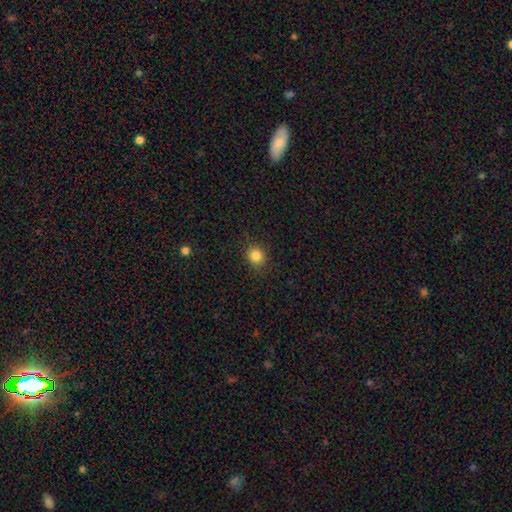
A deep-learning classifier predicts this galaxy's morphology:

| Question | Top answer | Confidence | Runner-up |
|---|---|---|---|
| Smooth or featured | smooth | 84% | star or artifact (11%) |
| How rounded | round | 82% | in between (17%) |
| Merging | none | 87% | minor disturbance (9%) |